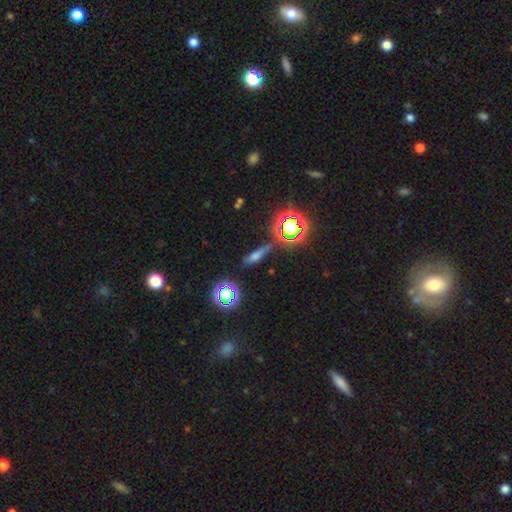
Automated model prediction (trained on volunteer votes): smooth 49%, star or artifact 30%, featured or disk 21%. Down the decision tree: merging — none (74%).